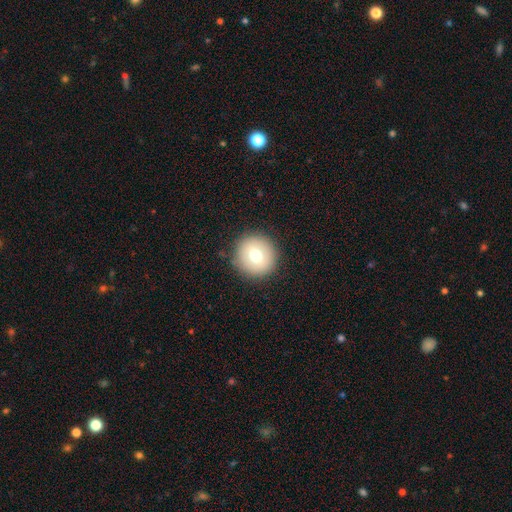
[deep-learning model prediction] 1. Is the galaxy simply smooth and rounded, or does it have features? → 70% smooth, 20% featured or disk, 10% star or artifact.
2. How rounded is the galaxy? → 95% round, 4% in between, 1% cigar-shaped.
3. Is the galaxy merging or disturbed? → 90% none, 7% minor disturbance, 3% major disturbance, 1% merger.